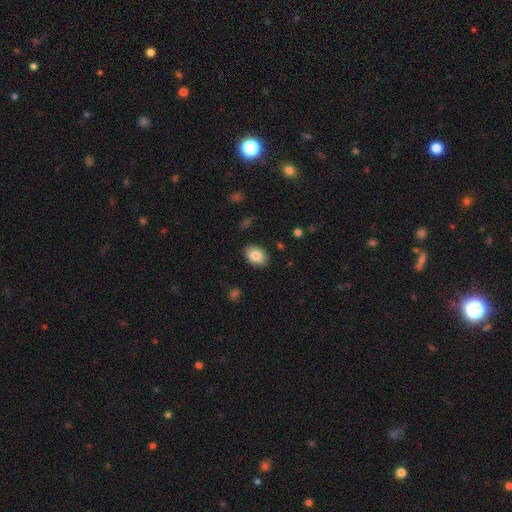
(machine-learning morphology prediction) Smooth or featured: smooth — 85% (featured or disk — 8%)
How rounded: in between — 77% (round — 22%)
Merging: none — 88% (minor disturbance — 9%)